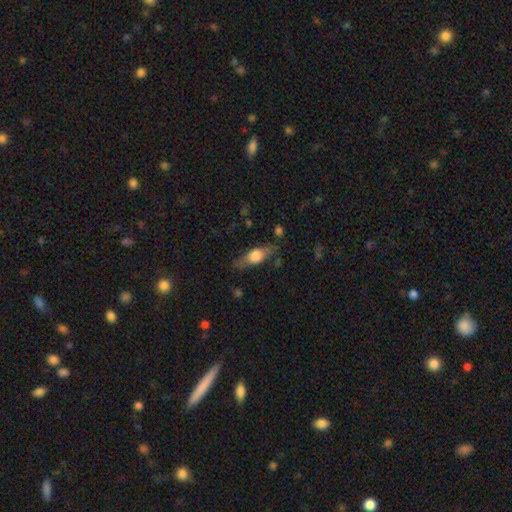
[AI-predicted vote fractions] Overall: featured or disk (50%; smooth 44%). Merging: none (78%).